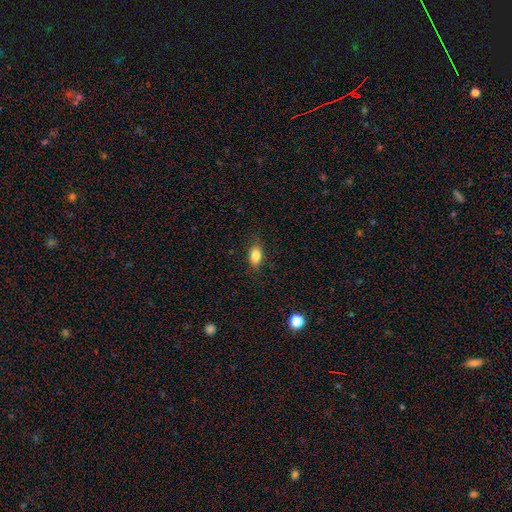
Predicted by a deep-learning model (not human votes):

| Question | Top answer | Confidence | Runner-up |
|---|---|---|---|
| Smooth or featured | smooth | 84% | star or artifact (9%) |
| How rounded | in between | 86% | round (11%) |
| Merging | none | 84% | minor disturbance (12%) |